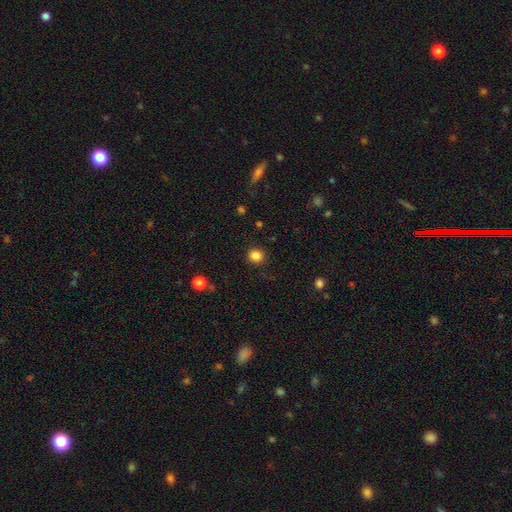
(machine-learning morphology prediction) This appears to be a smooth galaxy with no disk features (85%) that is round (86%). Merging: none (90%).